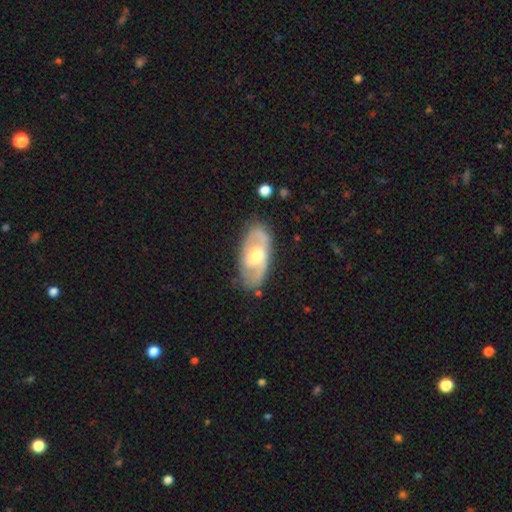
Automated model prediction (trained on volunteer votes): Morphology: type=featured or disk (64%); edge-on=no (89%); bar=no (48%); spiral arms=yes (55%); bulge=moderate (63%); merging=none (79%).